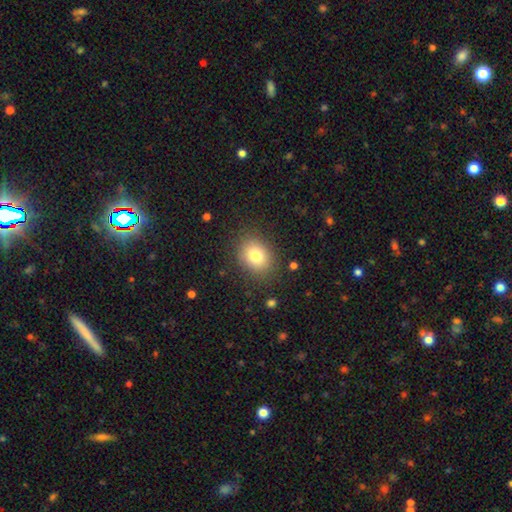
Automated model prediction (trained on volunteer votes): Q: Smooth or featured?
A: smooth (78%); runner-up: star or artifact (11%)
Q: How rounded?
A: in between (51%); runner-up: round (48%)
Q: Merging?
A: none (85%); runner-up: minor disturbance (10%)